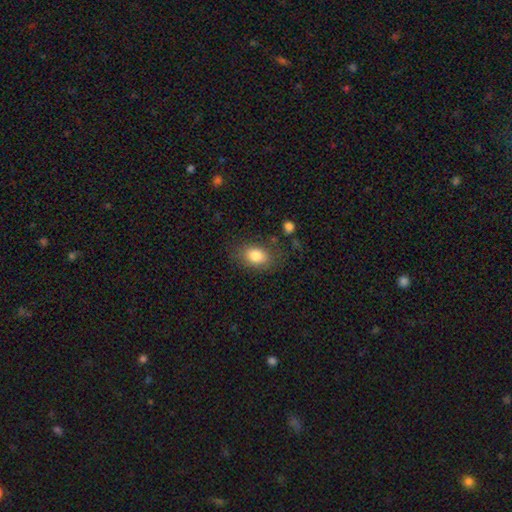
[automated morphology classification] smooth-or-featured: smooth: 82% | featured or disk: 9% | star or artifact: 9%
  how-rounded: in between: 76% | round: 22% | cigar-shaped: 1%
  merging: none: 77% | minor disturbance: 15% | major disturbance: 6% | merger: 3%